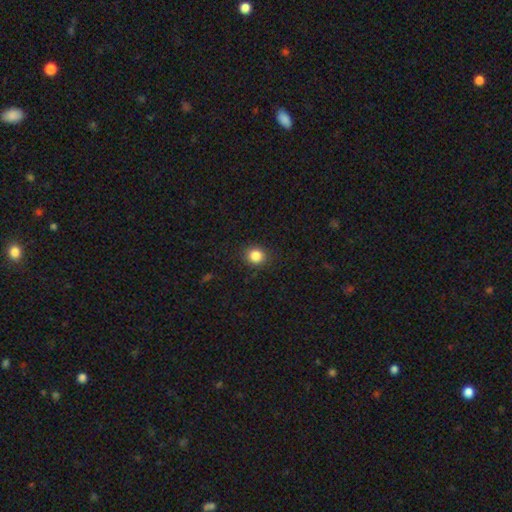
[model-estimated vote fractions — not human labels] This appears to be a smooth galaxy with no disk features (85%) that is round (87%). Merging: none (89%).